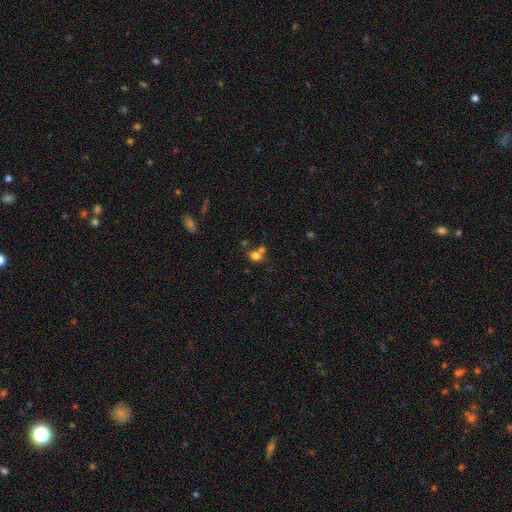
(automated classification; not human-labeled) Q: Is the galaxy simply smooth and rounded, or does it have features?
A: smooth — 72%.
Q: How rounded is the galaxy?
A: round — 68%.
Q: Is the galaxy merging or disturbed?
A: none — 44%.